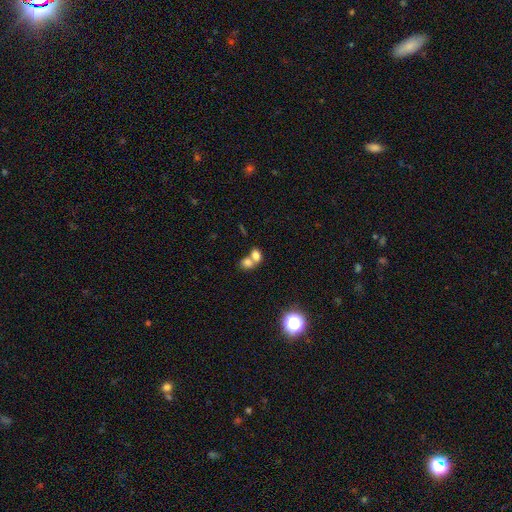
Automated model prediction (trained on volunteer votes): A smooth galaxy with no disk features (75%) that is in between round and cigar-shaped (59%). Merging: merger (64%).